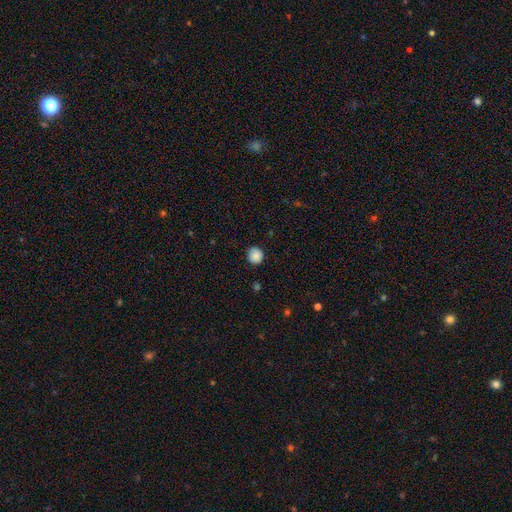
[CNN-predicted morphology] smooth_or_featured: smooth (p=0.85) [alt: star or artifact p=0.09]
how_rounded: round (p=0.89) [alt: in between p=0.10]
merging: none (p=0.82) [alt: minor disturbance p=0.14]